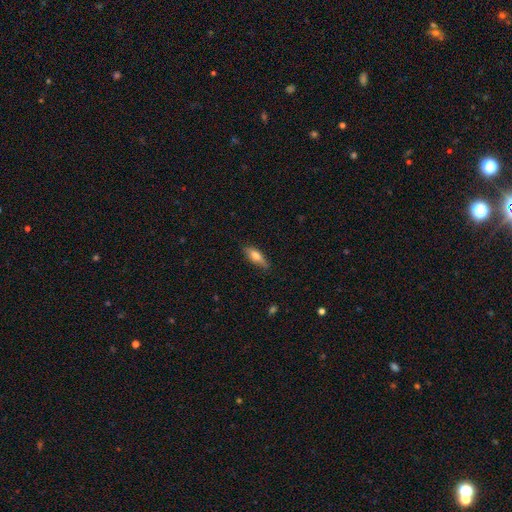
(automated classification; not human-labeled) A smooth galaxy with no disk features (66%) that is in between round and cigar-shaped (52%).

Vote fractions:
- Smooth or featured? smooth: 66% / featured or disk: 27% / star or artifact: 7%
- How rounded? in between: 52% / cigar-shaped: 45% / round: 3%
- Merging? none: 76% / minor disturbance: 19% / major disturbance: 4% / merger: 1%